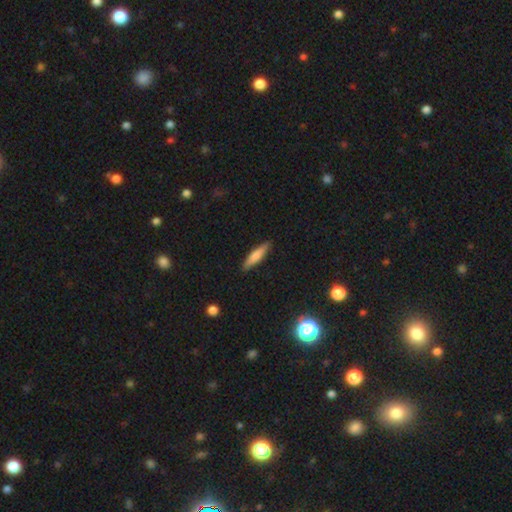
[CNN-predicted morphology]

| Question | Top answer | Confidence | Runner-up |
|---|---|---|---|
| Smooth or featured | smooth | 71% | featured or disk (23%) |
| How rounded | cigar-shaped | 81% | in between (18%) |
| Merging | none | 89% | minor disturbance (8%) |